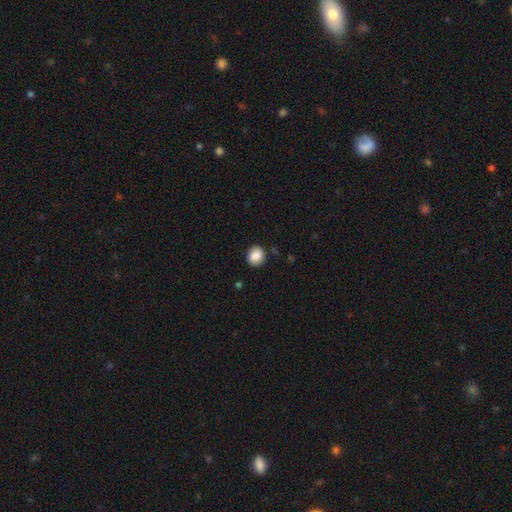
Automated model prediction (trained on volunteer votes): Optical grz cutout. It shows a smooth galaxy with no disk features (84%) that is round (77%). Merging: none (84%).